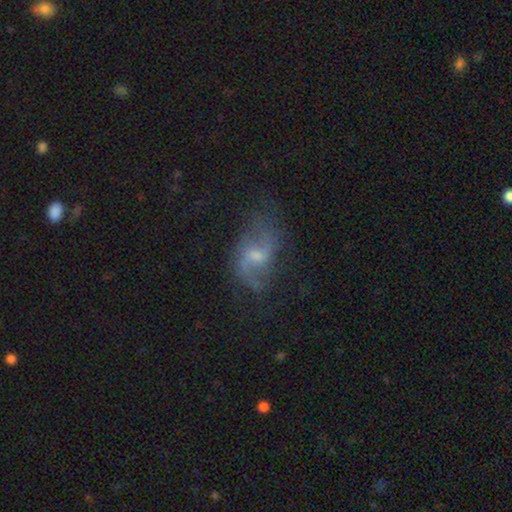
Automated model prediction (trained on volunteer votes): featured or disk 79%, smooth 13%, star or artifact 8%. Down the decision tree: edge-on disk — no (96%); bar — weak (55%); spiral arms — yes (91%); spiral arm count — 2 (84%); spiral winding — loose (72%); bulge size — small (47%); merging — none (61%).